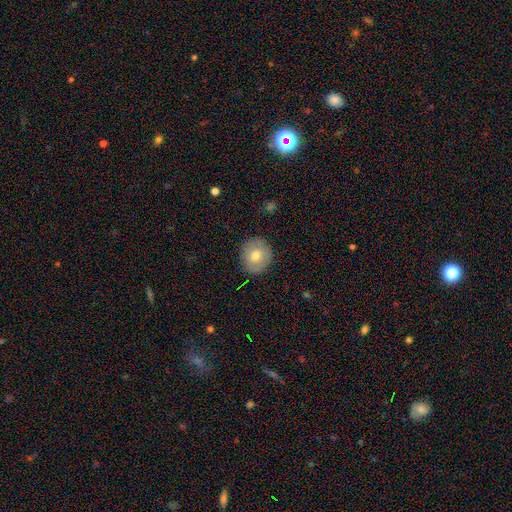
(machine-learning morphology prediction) smooth 66%, featured or disk 26%, star or artifact 8%. Down the decision tree: how rounded — round (86%); merging — none (86%).